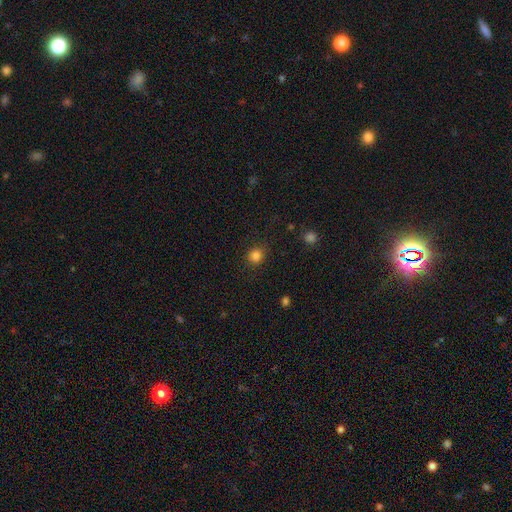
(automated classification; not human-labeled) Smooth or featured: smooth — 84% (star or artifact — 12%)
How rounded: round — 86% (in between — 13%)
Merging: none — 88% (minor disturbance — 8%)